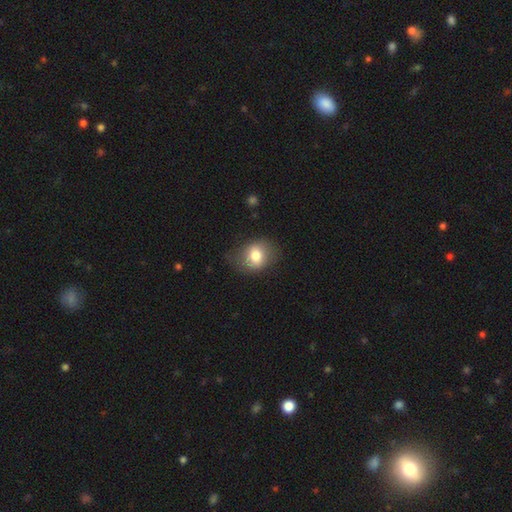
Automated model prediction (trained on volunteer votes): Smooth or featured?
  - smooth: 75% *
  - featured or disk: 17%
  - star or artifact: 8%
How rounded?
  - round: 51% *
  - in between: 48%
  - cigar-shaped: 1%
Merging?
  - none: 68% *
  - minor disturbance: 23%
  - major disturbance: 8%
  - merger: 1%